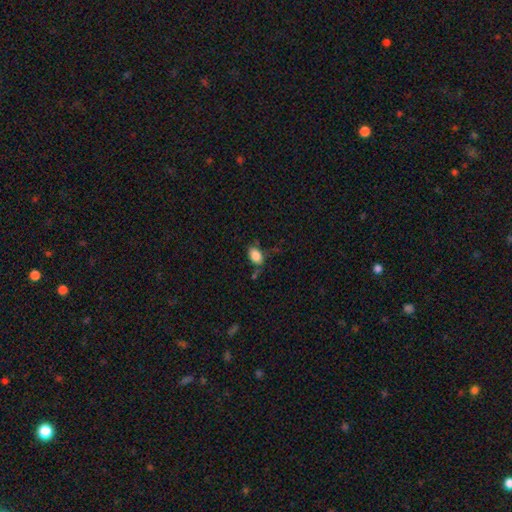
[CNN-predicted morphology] Smooth or featured: smooth — 86% (star or artifact — 8%)
How rounded: in between — 88% (round — 10%)
Merging: none — 65% (minor disturbance — 22%)